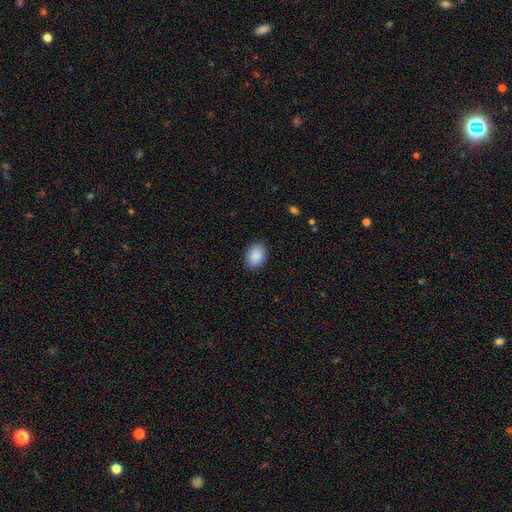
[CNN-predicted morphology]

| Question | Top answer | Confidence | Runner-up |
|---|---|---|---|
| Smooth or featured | smooth | 90% | star or artifact (6%) |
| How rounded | in between | 82% | round (17%) |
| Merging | none | 88% | minor disturbance (9%) |